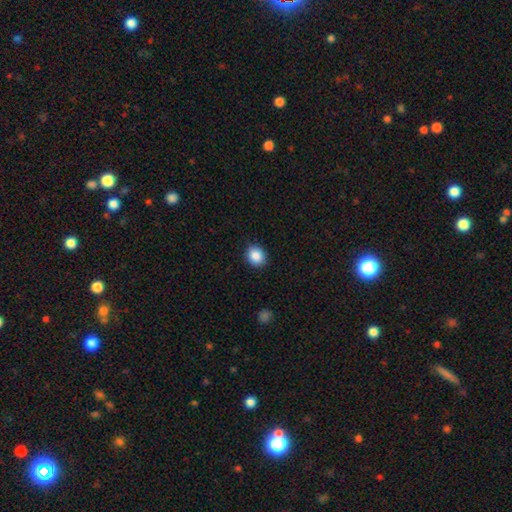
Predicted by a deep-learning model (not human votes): This appears to be a smooth galaxy with no disk features (88%) that is round (61%). Merging: none (89%).